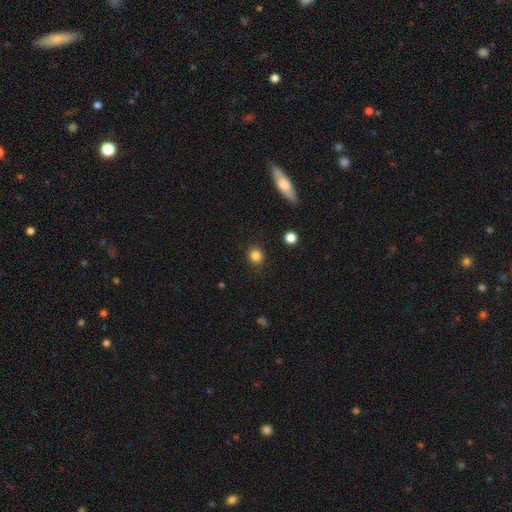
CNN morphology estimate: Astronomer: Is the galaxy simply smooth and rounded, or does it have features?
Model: smooth — 85%.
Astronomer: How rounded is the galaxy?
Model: round — 87%.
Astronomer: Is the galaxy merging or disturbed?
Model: none — 89%.